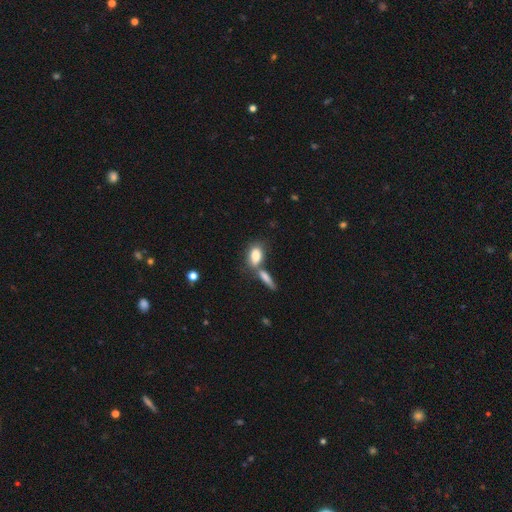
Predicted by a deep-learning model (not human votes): Smooth or featured? smooth (81%)
How rounded? in between (82%)
Merging? none (45%)